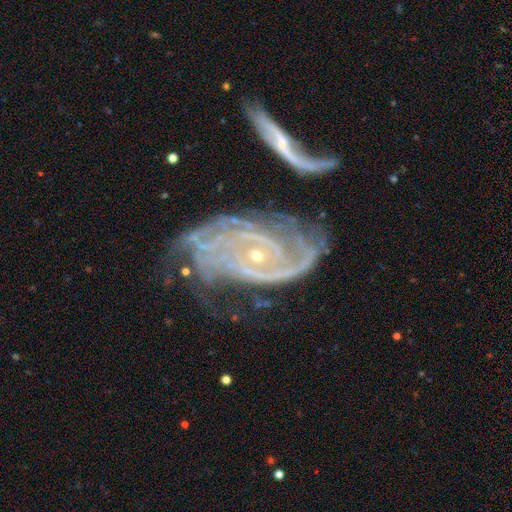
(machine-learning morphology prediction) This appears to be a featured or disk galaxy (90%) with no bar (56%), 2 (32%) tight (63%) spiral arms (97%) and a small central bulge (82%). Merging: none (34%).